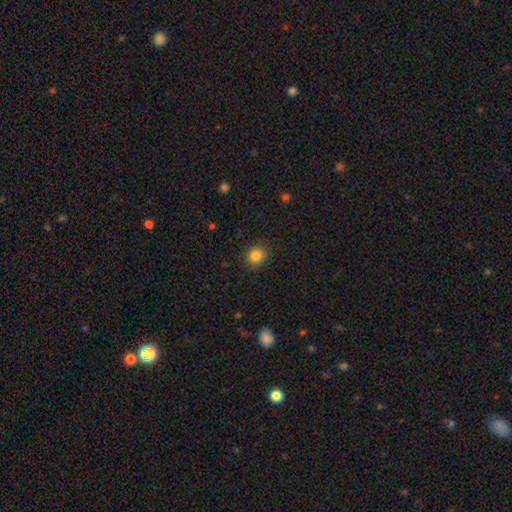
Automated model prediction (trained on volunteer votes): Morphology: type=smooth (84%); roundness=round (76%); merging=none (89%).